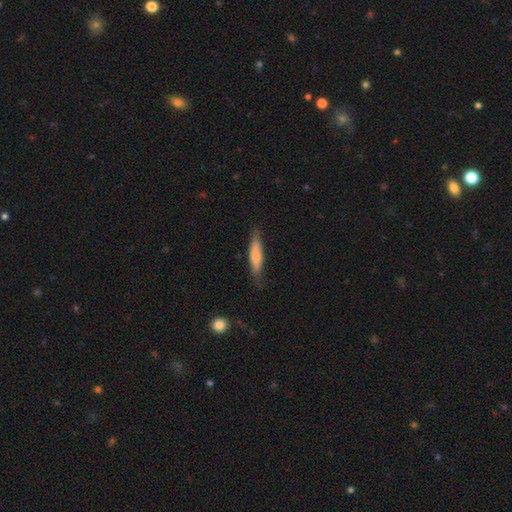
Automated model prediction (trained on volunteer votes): Smooth or featured? Predicted: smooth (p=0.72). How rounded? Predicted: cigar-shaped (p=0.81). Merging? Predicted: none (p=0.77).